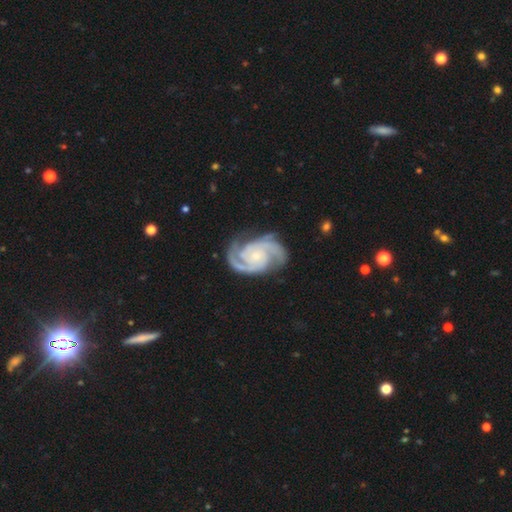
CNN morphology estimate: Smooth or featured? featured or disk (93%)
Edge-on disk? no (98%)
Bar? no (67%)
Spiral arms? yes (99%)
Spiral winding? tight (52%)
Spiral arm count? 2 (64%)
Bulge size? small (68%)
Merging? none (77%)